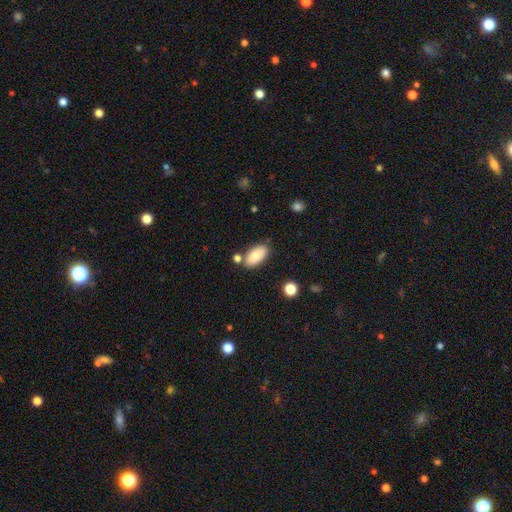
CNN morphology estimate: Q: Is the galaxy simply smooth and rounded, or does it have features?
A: smooth — 82%.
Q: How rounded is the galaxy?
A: in between — 92%.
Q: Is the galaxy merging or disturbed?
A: none — 77%.